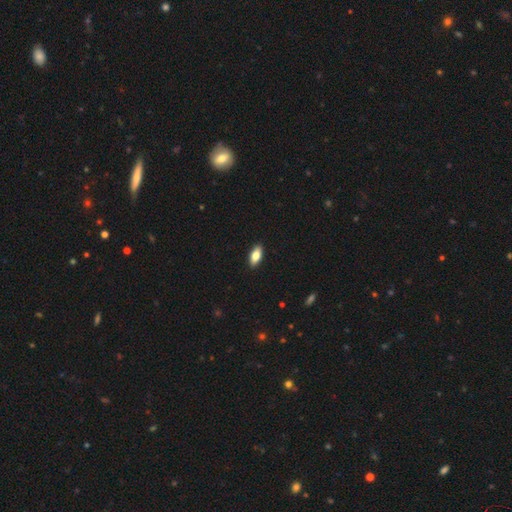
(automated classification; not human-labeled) Smooth or featured? Predicted: smooth (p=0.80). How rounded? Predicted: in between (p=0.86). Merging? Predicted: none (p=0.90).